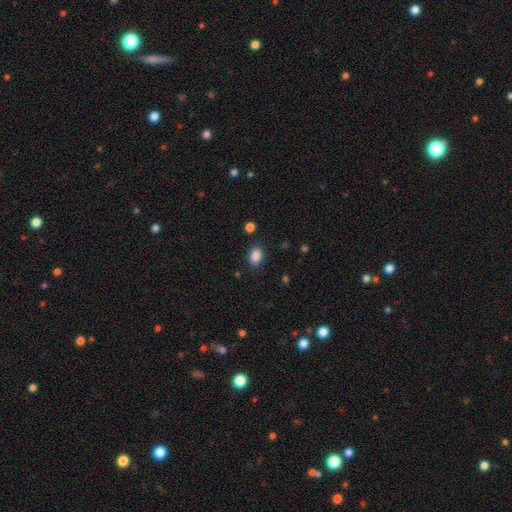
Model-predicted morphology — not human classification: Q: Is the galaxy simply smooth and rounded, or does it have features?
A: smooth — 87%.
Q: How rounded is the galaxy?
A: in between — 75%.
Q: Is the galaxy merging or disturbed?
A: none — 83%.